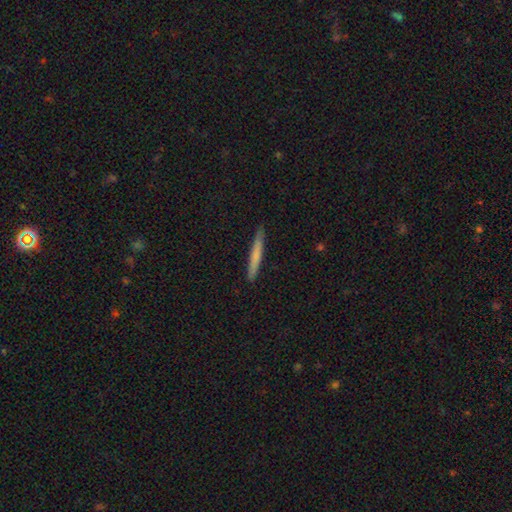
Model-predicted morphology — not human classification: The model was most divided on "smooth or featured": smooth: 67%, featured or disk: 27%, star or artifact: 6%. More confident: how rounded — cigar-shaped (96%); merging — none (90%).